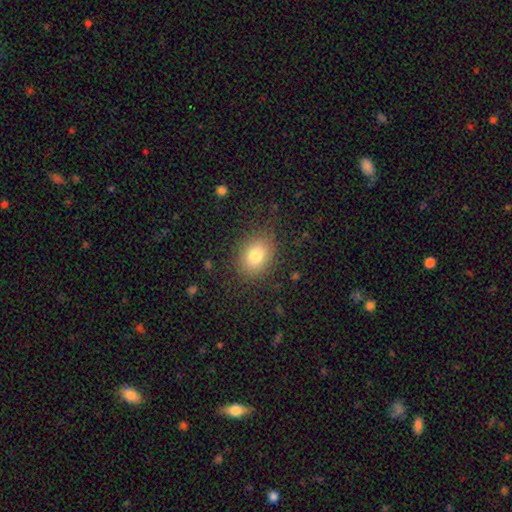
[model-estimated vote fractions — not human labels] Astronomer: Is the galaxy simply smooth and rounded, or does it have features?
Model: smooth — 79%.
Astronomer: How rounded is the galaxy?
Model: in between — 58% (runner-up: round, 41%).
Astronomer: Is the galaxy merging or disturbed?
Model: none — 81%.